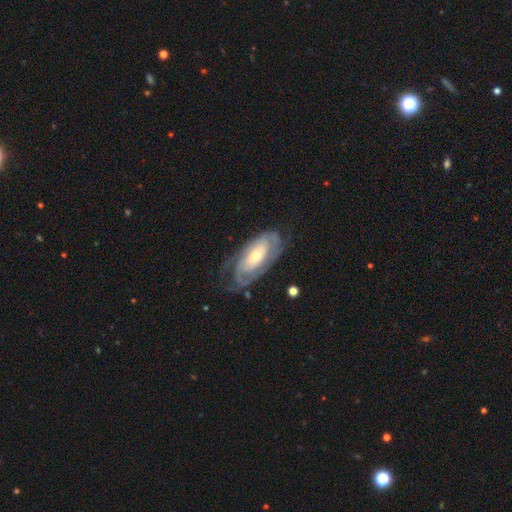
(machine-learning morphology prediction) A featured or disk galaxy (80%) with no bar (62%), 2 (42%) tight (66%) spiral arms (91%) and a moderate central bulge (48%).

Vote fractions:
- Smooth or featured? featured or disk: 80% / smooth: 15% / star or artifact: 5%
- Edge-on disk? no: 92% / yes: 8%
- Bar? no: 62% / weak: 26% / strong: 12%
- Spiral arms? yes: 91% / no: 9%
- Spiral winding? tight: 66% / medium: 26% / loose: 8%
- Spiral arm count? 2: 42% / can't tell: 35% / 3: 10% / 1: 6% / 4: 4% / more than 4: 3%
- Bulge size? moderate: 48% / small: 44% / large: 5% / none: 1% / dominant: 1%
- Merging? none: 66% / minor disturbance: 21% / major disturbance: 12% / merger: 1%